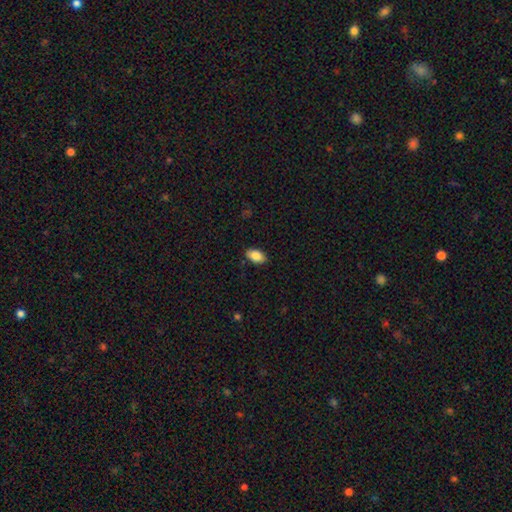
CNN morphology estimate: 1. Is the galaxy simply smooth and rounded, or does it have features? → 86% smooth, 7% star or artifact, 7% featured or disk.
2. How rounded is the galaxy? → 93% in between, 5% round, 2% cigar-shaped.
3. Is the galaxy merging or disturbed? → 87% none, 10% minor disturbance, 2% major disturbance, 1% merger.